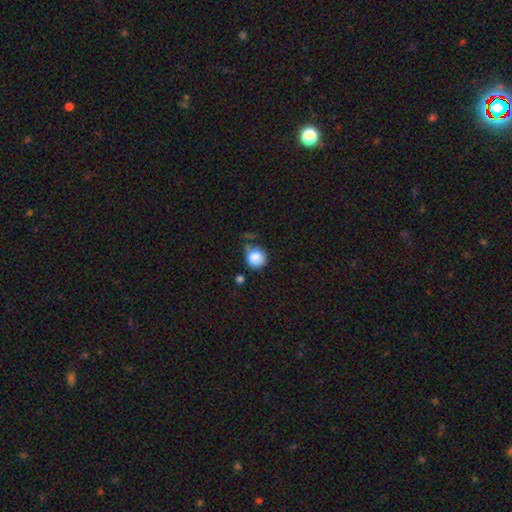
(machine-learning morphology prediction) Smooth or featured? Predicted: smooth (p=0.85). How rounded? Predicted: round (p=0.87). Merging? Predicted: none (p=0.46).